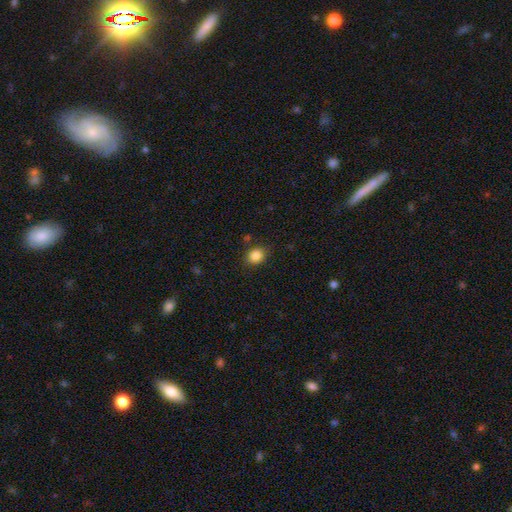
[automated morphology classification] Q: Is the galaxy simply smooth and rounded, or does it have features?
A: smooth — 86%.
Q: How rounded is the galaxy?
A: round — 64%.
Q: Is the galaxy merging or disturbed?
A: none — 83%.